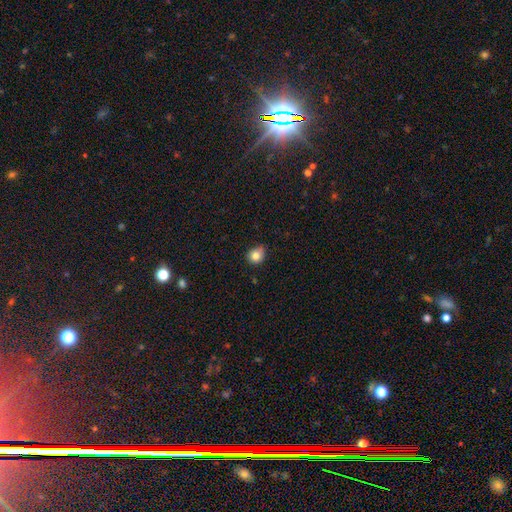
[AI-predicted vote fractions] Smooth or featured? smooth (81%)
How rounded? round (76%)
Merging? none (66%)